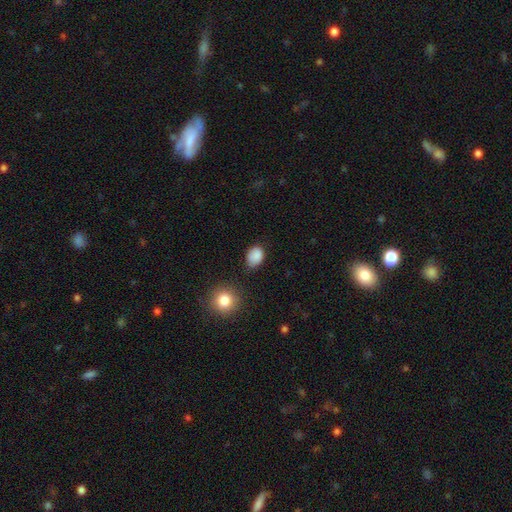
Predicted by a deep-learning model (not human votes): Q: Smooth or featured?
A: smooth (87%); runner-up: star or artifact (9%)
Q: How rounded?
A: in between (67%); runner-up: round (32%)
Q: Merging?
A: none (71%); runner-up: minor disturbance (22%)